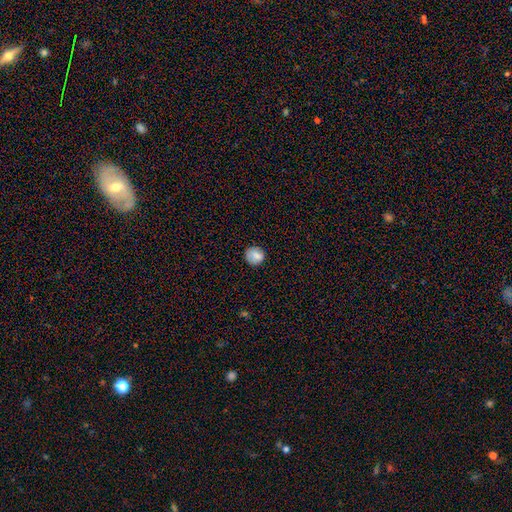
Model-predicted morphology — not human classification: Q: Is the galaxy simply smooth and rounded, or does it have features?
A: smooth — 84%.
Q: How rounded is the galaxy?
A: round — 87%.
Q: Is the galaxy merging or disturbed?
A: none — 81%.